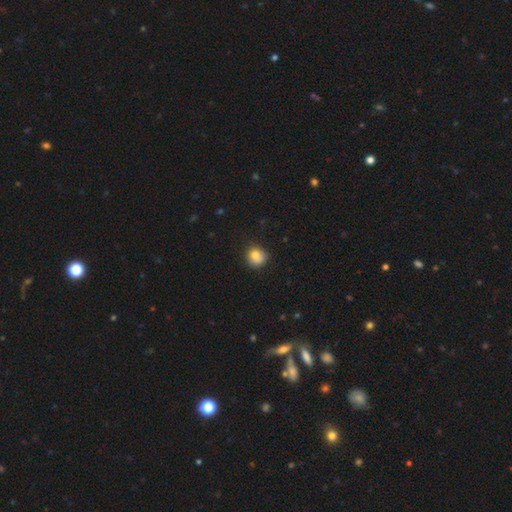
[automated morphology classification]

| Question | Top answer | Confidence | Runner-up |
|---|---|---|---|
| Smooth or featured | smooth | 79% | star or artifact (10%) |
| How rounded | round | 82% | in between (17%) |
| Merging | none | 67% | minor disturbance (23%) |